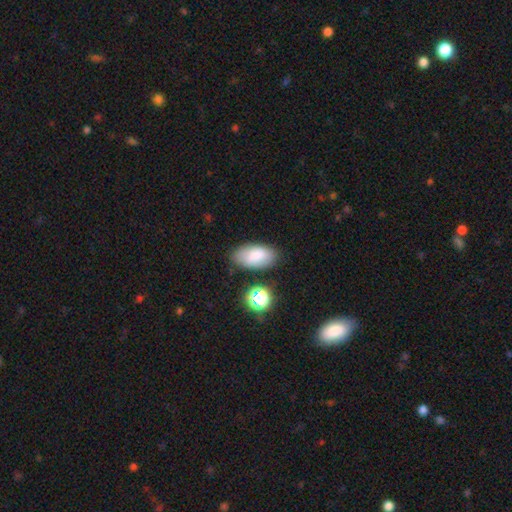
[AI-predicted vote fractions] smooth-or-featured: smooth: 78% | featured or disk: 12% | star or artifact: 10%
  how-rounded: in between: 94% | round: 3% | cigar-shaped: 3%
  merging: none: 75% | minor disturbance: 16% | merger: 4% | major disturbance: 4%